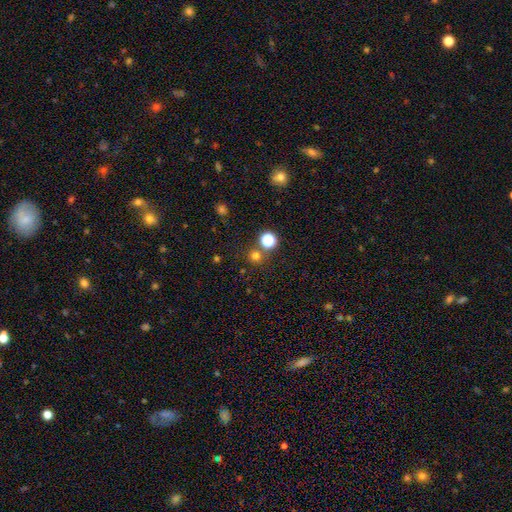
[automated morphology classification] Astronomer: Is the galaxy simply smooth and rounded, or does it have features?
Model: smooth — 72%.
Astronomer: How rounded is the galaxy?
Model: round — 93%.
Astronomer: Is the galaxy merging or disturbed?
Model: none — 76%.